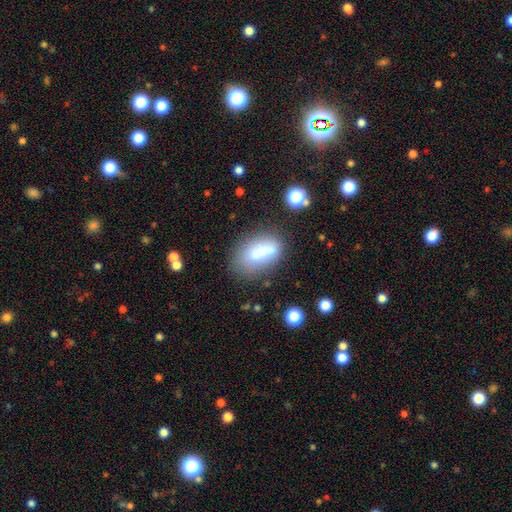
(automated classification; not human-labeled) Overall: smooth (66%). How rounded: in between (79%). Merging: none (51%; minor disturbance 21%).